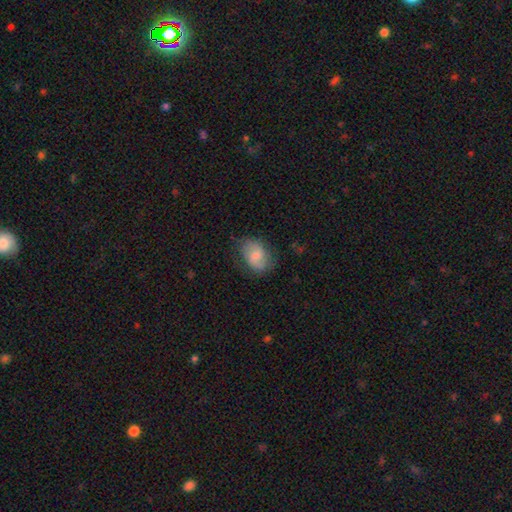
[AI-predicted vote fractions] This appears to be a smooth galaxy with no disk features (62%) that is in between round and cigar-shaped (77%). Merging: none (67%).